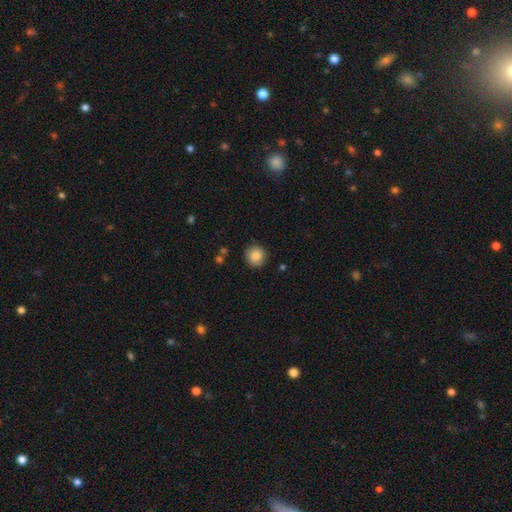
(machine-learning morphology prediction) This is clearly a smooth galaxy (87%). How rounded: clearly round (93%). Merging: clearly none (88%).